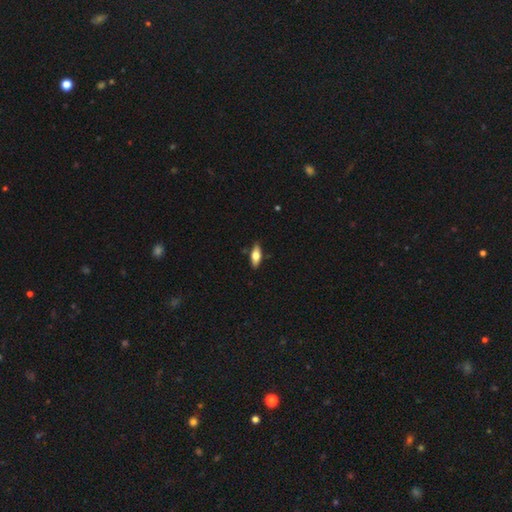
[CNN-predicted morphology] This is likely a smooth galaxy (67%). How rounded: likely in between (73%). Merging: clearly none (85%).